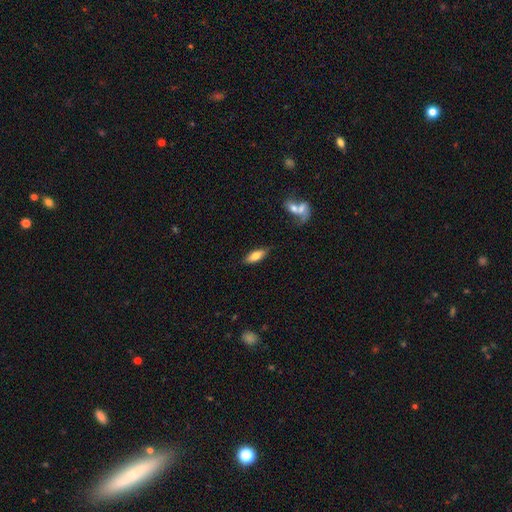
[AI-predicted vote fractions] This is likely a smooth galaxy (75%). How rounded: likely in between (69%). Merging: likely none (79%).